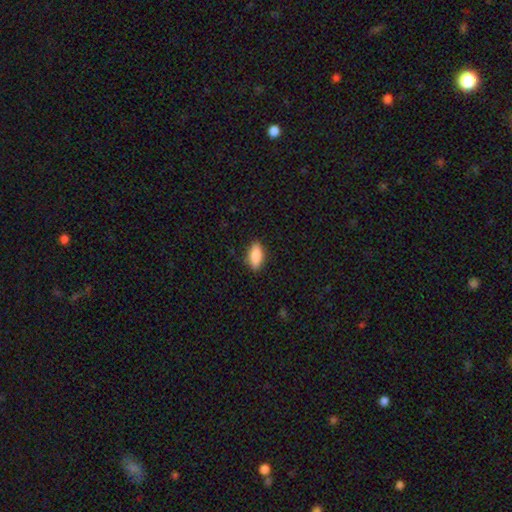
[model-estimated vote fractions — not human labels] Smooth or featured? smooth (85%)
How rounded? in between (84%)
Merging? none (86%)